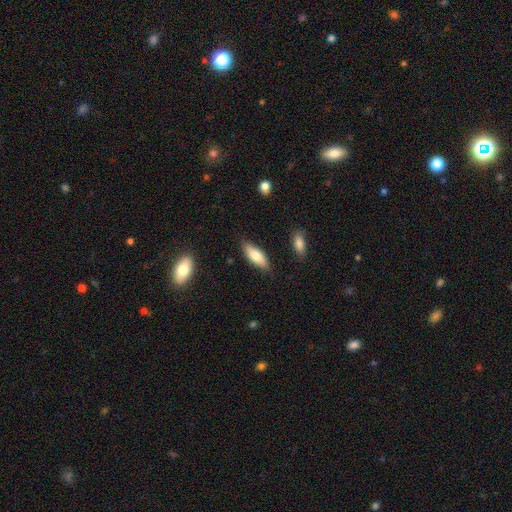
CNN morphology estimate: A smooth galaxy with no disk features (77%) that is in between round and cigar-shaped (70%). Merging: none (82%).